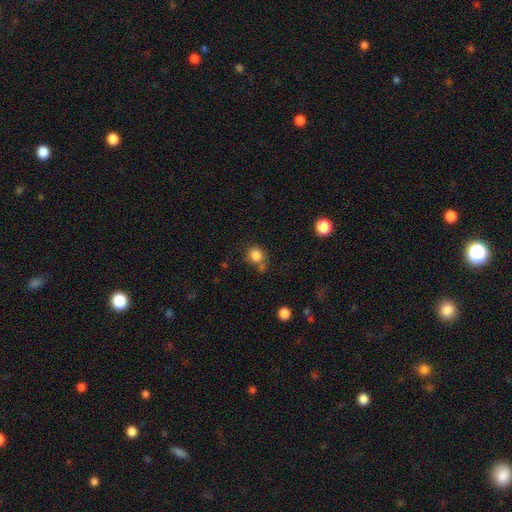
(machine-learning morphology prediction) A smooth galaxy with no disk features (83%) that is round (75%). Merging: none (62%).